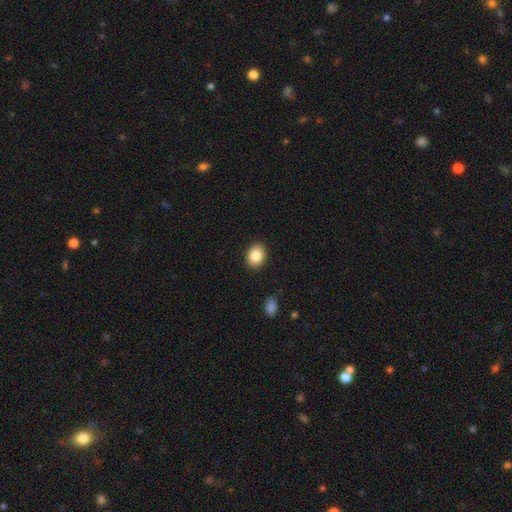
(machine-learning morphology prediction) The model was most divided on "how rounded": in between: 53%, round: 46%, cigar-shaped: 1%. More confident: merging — none (90%); smooth or featured — smooth (87%).